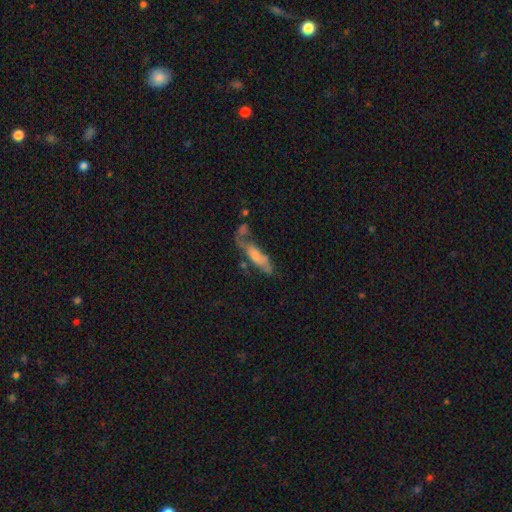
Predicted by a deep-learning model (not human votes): Smooth or featured? Predicted: featured or disk (p=0.52). Edge-on disk? Predicted: no (p=0.60). Merging? Predicted: none (p=0.36).